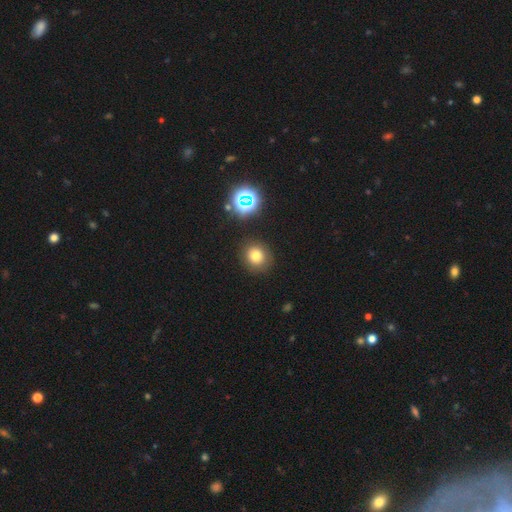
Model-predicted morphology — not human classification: A smooth galaxy with no disk features (74%) that is round (84%). Merging: none (86%).